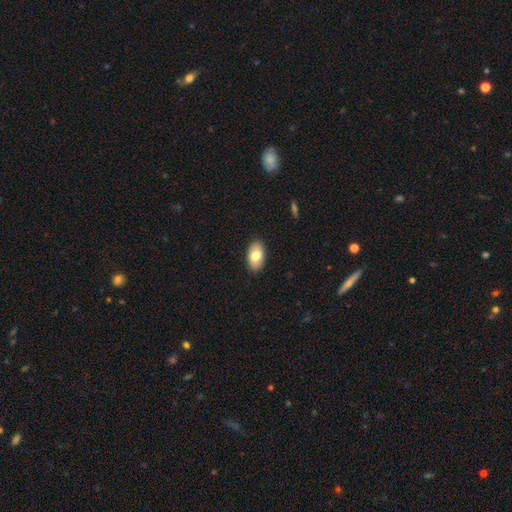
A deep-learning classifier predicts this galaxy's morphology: Smooth or featured?
  - smooth: 78% *
  - featured or disk: 15%
  - star or artifact: 7%
How rounded?
  - in between: 94% *
  - round: 5%
  - cigar-shaped: 2%
Merging?
  - none: 90% *
  - minor disturbance: 8%
  - major disturbance: 2%
  - merger: 1%